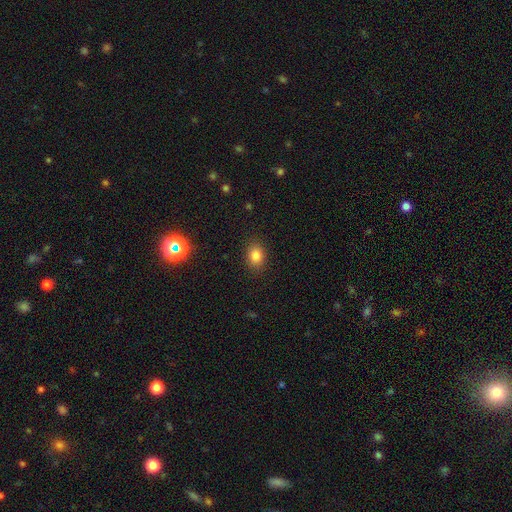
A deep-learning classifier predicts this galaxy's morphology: Smooth or featured? smooth (83%)
How rounded? in between (64%)
Merging? none (87%)